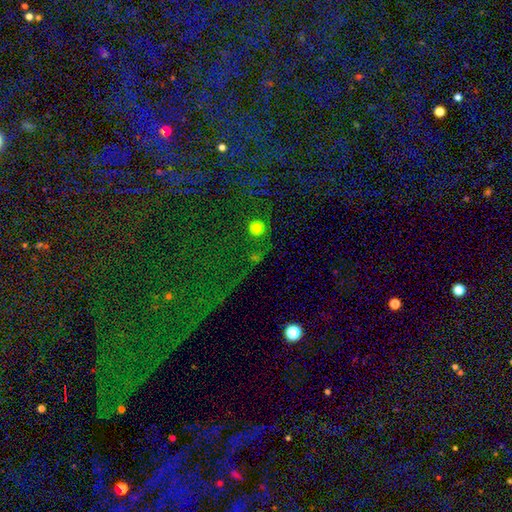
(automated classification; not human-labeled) A star or artifact, not a galaxy (65%).

Vote fractions:
- Smooth or featured? star or artifact: 65% / smooth: 26% / featured or disk: 9%